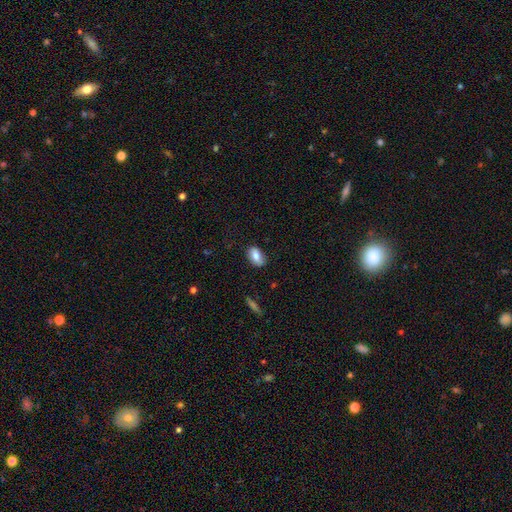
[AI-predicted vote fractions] smooth_or_featured: smooth (p=0.78) [alt: featured or disk p=0.15]
how_rounded: in between (p=0.90) [alt: round p=0.07]
merging: none (p=0.80) [alt: minor disturbance p=0.16]